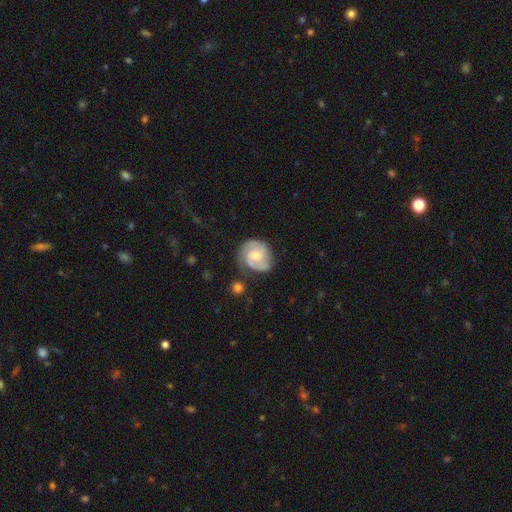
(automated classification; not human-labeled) The model was most divided on "bulge size": moderate: 47%, small: 42%, none: 5%, large: 4%, dominant: 1%. Remaining: edge-on disk — no (98%); spiral arms — yes (95%); smooth or featured — featured or disk (76%); spiral arm count — 2 (73%); merging — none (68%); bar — no (55%); spiral winding — medium (46%).